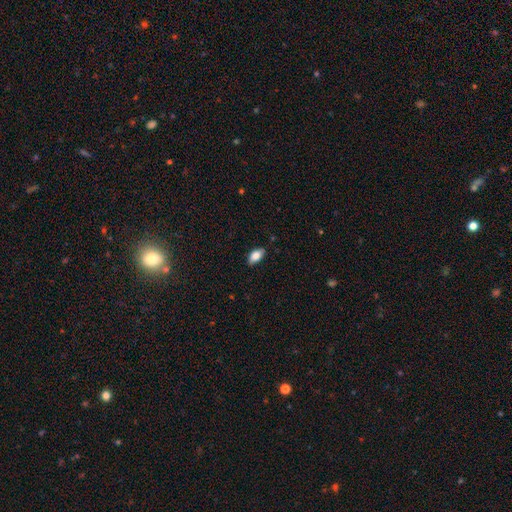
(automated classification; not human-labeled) smooth 82%, featured or disk 11%, star or artifact 7%. Down the decision tree: how rounded — in between (90%); merging — none (82%).